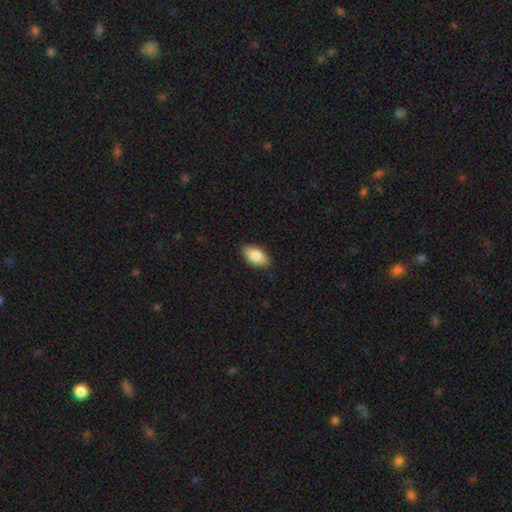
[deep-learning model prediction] Smooth or featured? Predicted: smooth (p=0.83). How rounded? Predicted: in between (p=0.93). Merging? Predicted: none (p=0.87).